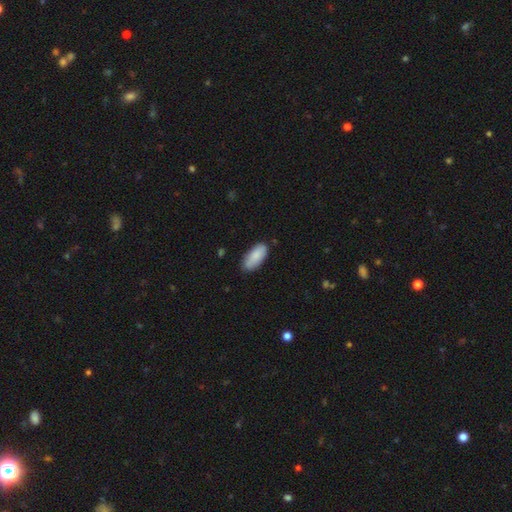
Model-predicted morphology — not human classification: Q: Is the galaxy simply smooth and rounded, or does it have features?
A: smooth — 87%.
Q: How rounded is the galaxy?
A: in between — 87%.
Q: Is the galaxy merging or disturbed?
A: none — 79%.